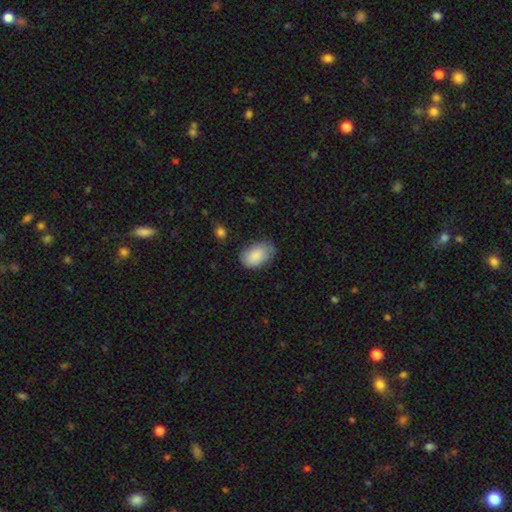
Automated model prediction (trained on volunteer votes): Q: Smooth or featured?
A: smooth (88%); runner-up: featured or disk (6%)
Q: How rounded?
A: in between (92%); runner-up: round (6%)
Q: Merging?
A: none (70%); runner-up: minor disturbance (24%)